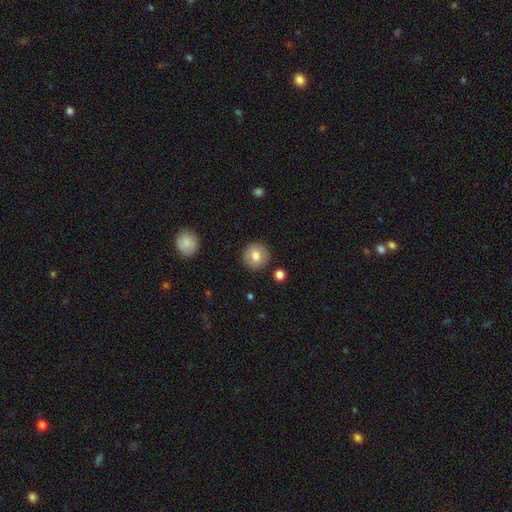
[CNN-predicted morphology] Smooth or featured: smooth — 78% (featured or disk — 14%)
How rounded: round — 94% (in between — 5%)
Merging: none — 89% (minor disturbance — 7%)